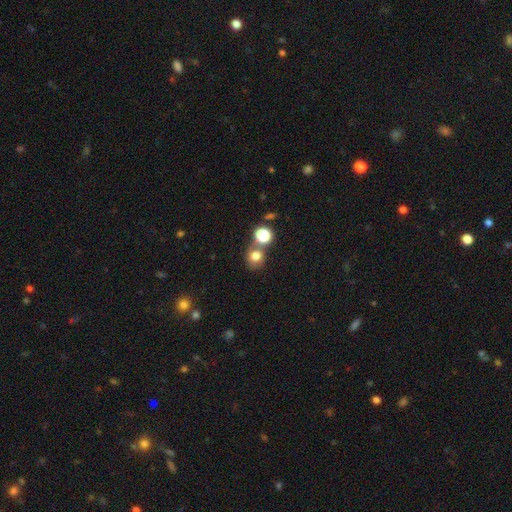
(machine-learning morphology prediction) The model was most divided on "merging": none: 58%, merger: 26%, minor disturbance: 11%, major disturbance: 5%. More confident: how rounded — round (78%); smooth or featured — smooth (74%).